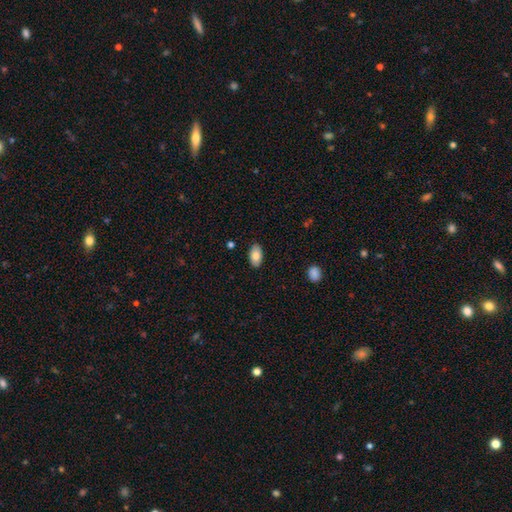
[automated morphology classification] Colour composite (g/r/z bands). It shows a smooth galaxy with no disk features (82%) that is in between round and cigar-shaped (94%). Merging: none (87%).